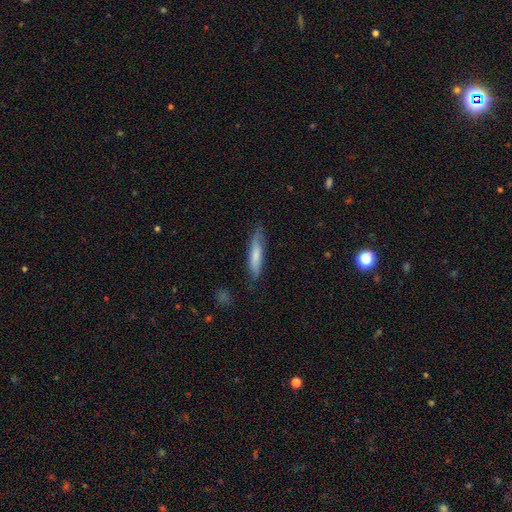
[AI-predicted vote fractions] Smooth or featured: smooth — 71% (featured or disk — 23%)
How rounded: cigar-shaped — 85% (in between — 13%)
Merging: none — 77% (minor disturbance — 18%)